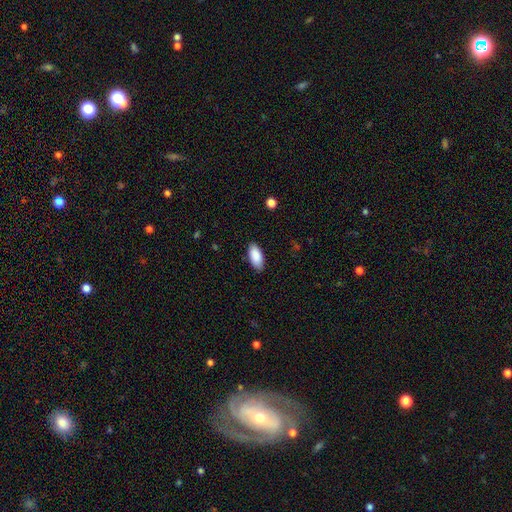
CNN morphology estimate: Smooth or featured? smooth (90%)
How rounded? in between (91%)
Merging? none (88%)